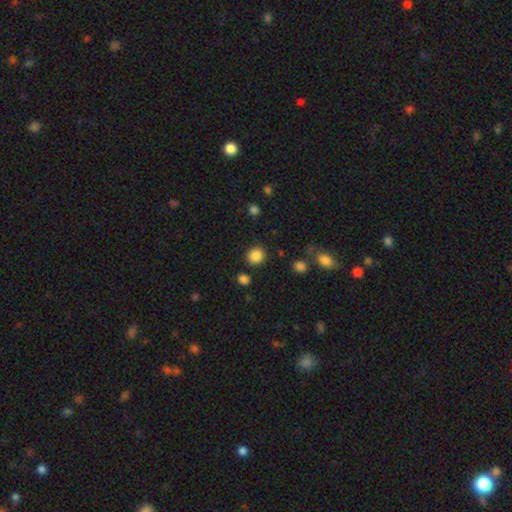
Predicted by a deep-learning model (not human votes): smooth-or-featured: smooth: 86% | star or artifact: 10% | featured or disk: 4%
  how-rounded: round: 84% | in between: 15% | cigar-shaped: 1%
  merging: none: 85% | minor disturbance: 9% | merger: 4% | major disturbance: 3%